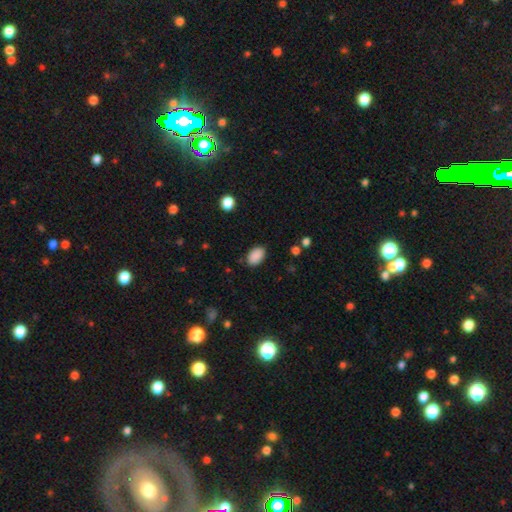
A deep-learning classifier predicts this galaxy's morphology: Smooth or featured? smooth (89%)
How rounded? in between (87%)
Merging? none (85%)